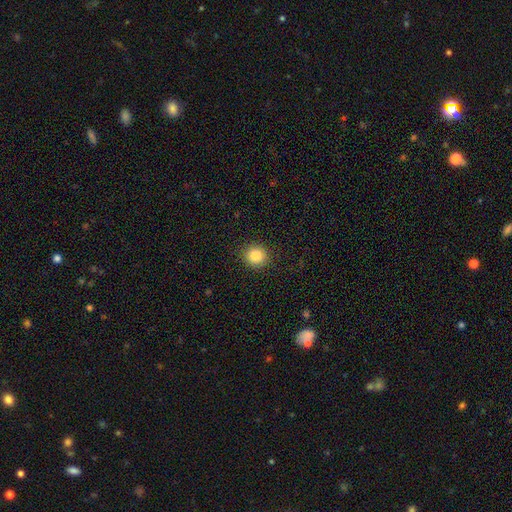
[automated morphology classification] A smooth galaxy with no disk features (85%) that is round (88%).

Vote fractions:
- Smooth or featured? smooth: 85% / star or artifact: 10% / featured or disk: 4%
- How rounded? round: 88% / in between: 11% / cigar-shaped: 1%
- Merging? none: 91% / minor disturbance: 6% / major disturbance: 2% / merger: 1%